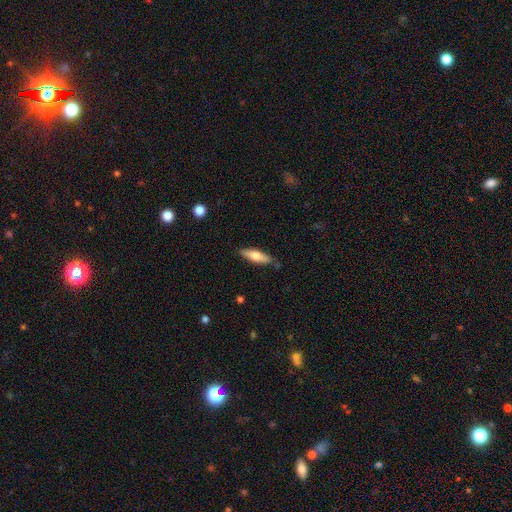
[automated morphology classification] Q: Smooth or featured?
A: smooth (68%); runner-up: featured or disk (27%)
Q: How rounded?
A: cigar-shaped (56%); runner-up: in between (42%)
Q: Merging?
A: none (82%); runner-up: minor disturbance (13%)